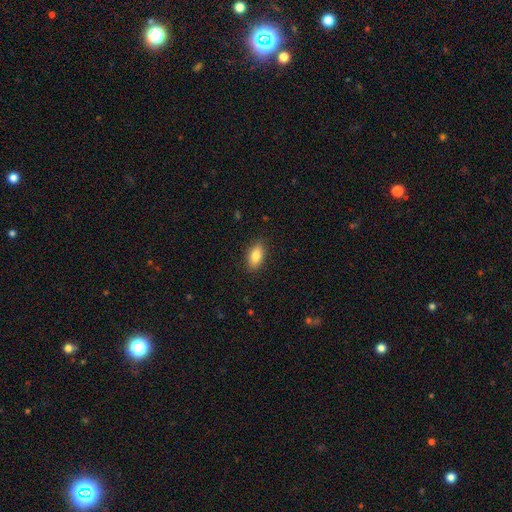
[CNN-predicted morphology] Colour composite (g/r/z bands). It shows a smooth galaxy with no disk features (85%) that is in between round and cigar-shaped (90%). Merging: none (88%).